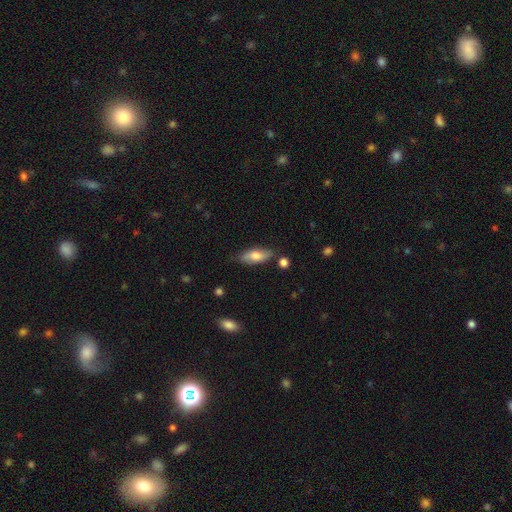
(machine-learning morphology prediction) smooth_or_featured: smooth (p=0.74) [alt: featured or disk p=0.19]
how_rounded: in between (p=0.74) [alt: cigar-shaped p=0.23]
merging: none (p=0.77) [alt: minor disturbance p=0.16]